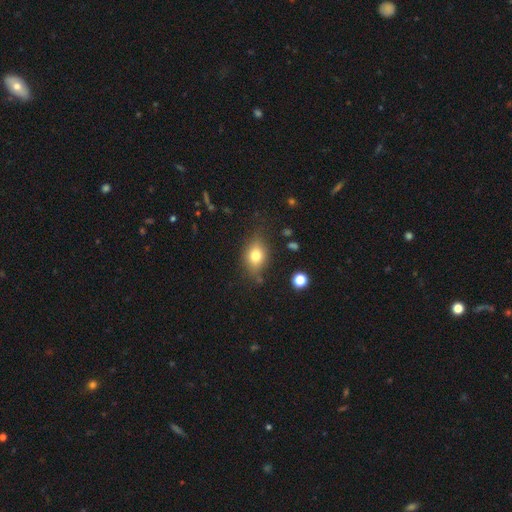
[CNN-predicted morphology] Smooth or featured: smooth — 75% (featured or disk — 14%)
How rounded: in between — 66% (round — 32%)
Merging: none — 71% (minor disturbance — 20%)